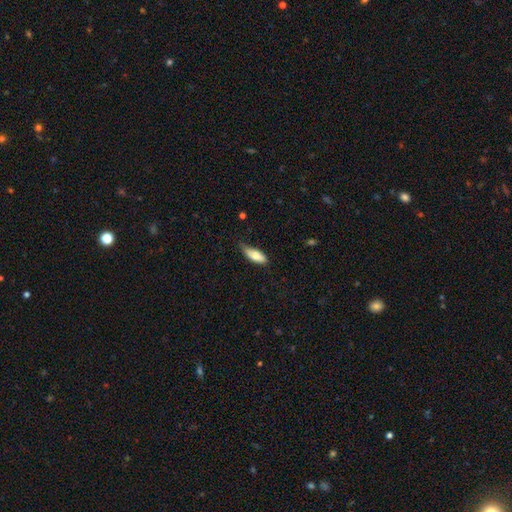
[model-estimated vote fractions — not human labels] Smooth or featured? smooth (76%)
How rounded? in between (73%)
Merging? none (56%)